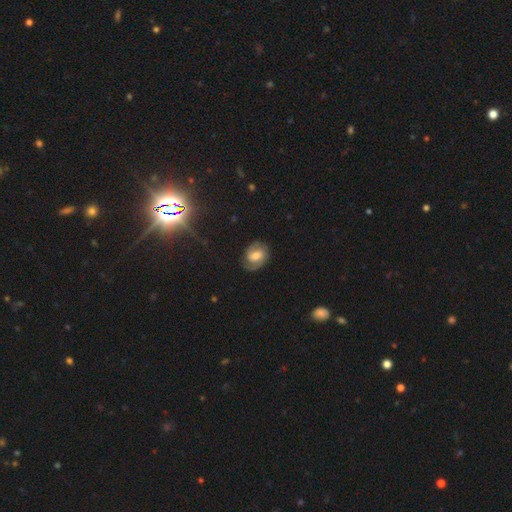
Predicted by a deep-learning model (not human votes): Smooth or featured? Predicted: featured or disk (p=0.70). Edge-on disk? Predicted: no (p=0.97). Bar? Predicted: weak (p=0.49). Spiral arms? Predicted: yes (p=0.91). Spiral winding? Predicted: medium (p=0.44). Spiral arm count? Predicted: 2 (p=0.85). Bulge size? Predicted: moderate (p=0.63). Merging? Predicted: none (p=0.79).